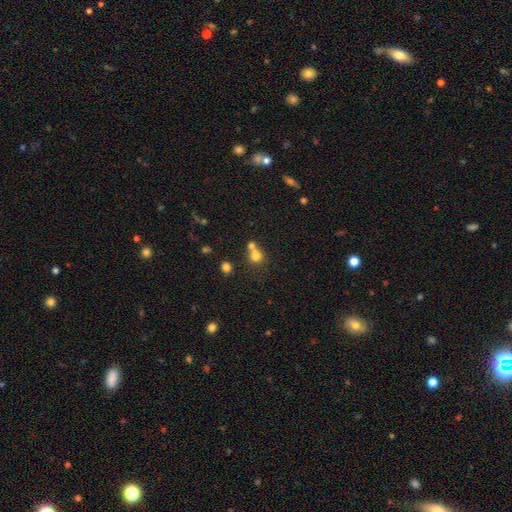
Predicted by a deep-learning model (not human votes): smooth-or-featured: smooth: 73% | star or artifact: 15% | featured or disk: 12%
  how-rounded: round: 81% | in between: 18% | cigar-shaped: 1%
  merging: merger: 49% | none: 39% | minor disturbance: 8% | major disturbance: 4%